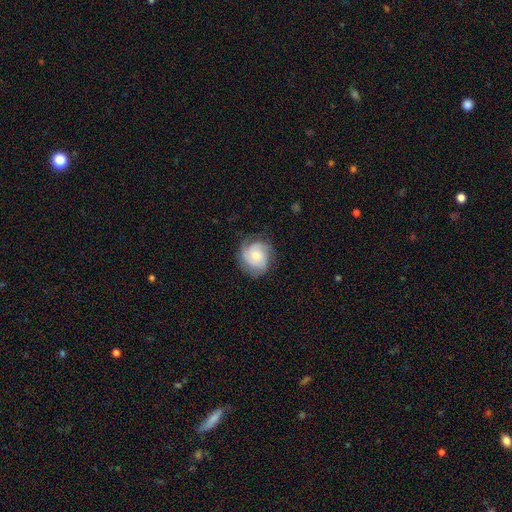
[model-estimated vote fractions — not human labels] This appears to be a featured or disk galaxy (70%) with no bar (75%), 3 (44%) tight (58%) spiral arms (95%) and a moderate central bulge (52%). Merging: none (74%).